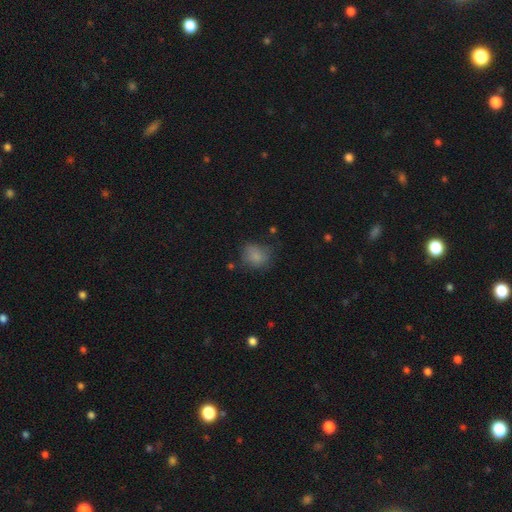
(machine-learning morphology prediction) smooth 79%, star or artifact 11%, featured or disk 9%. Down the decision tree: how rounded — round (61%); merging — none (60%).